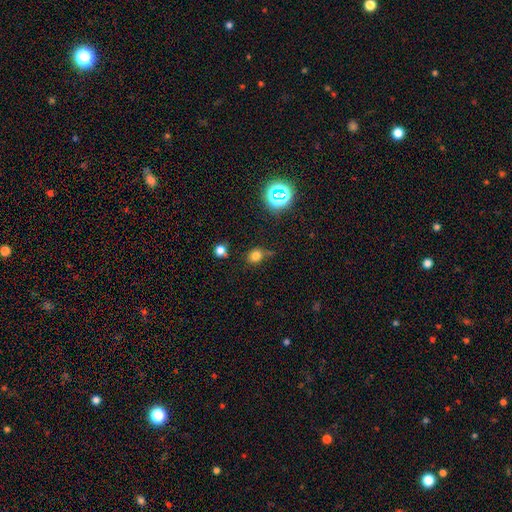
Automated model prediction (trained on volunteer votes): Smooth or featured: smooth — 75% (star or artifact — 18%)
How rounded: round — 70% (in between — 29%)
Merging: none — 65% (minor disturbance — 22%)